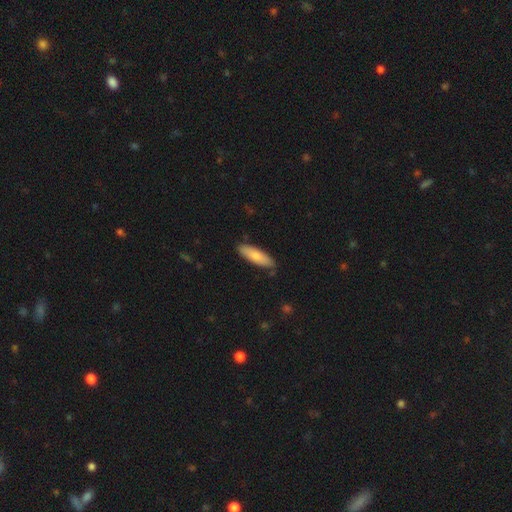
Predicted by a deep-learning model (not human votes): Smooth or featured? smooth (80%)
How rounded? cigar-shaped (54%)
Merging? none (83%)